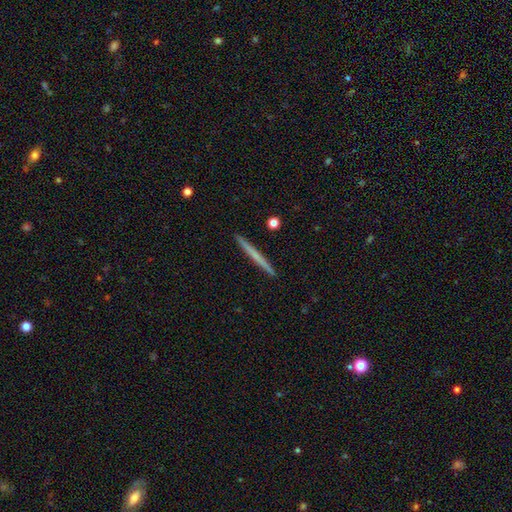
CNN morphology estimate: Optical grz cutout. It shows a smooth galaxy with no disk features (54%) that is cigar-shaped (97%). Merging: none (93%).